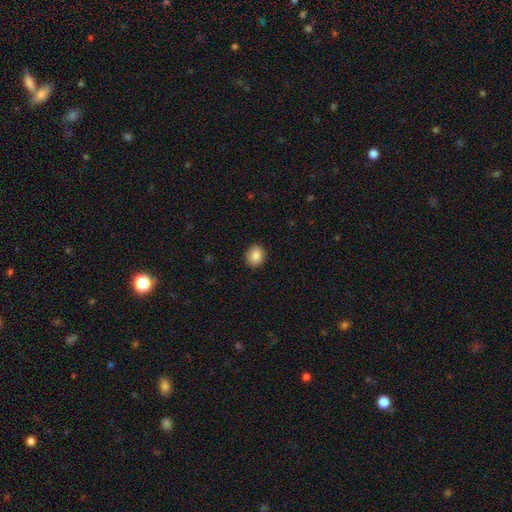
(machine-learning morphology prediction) Overall: smooth (88%). How rounded: round (58%; in between 41%). Merging: none (91%).